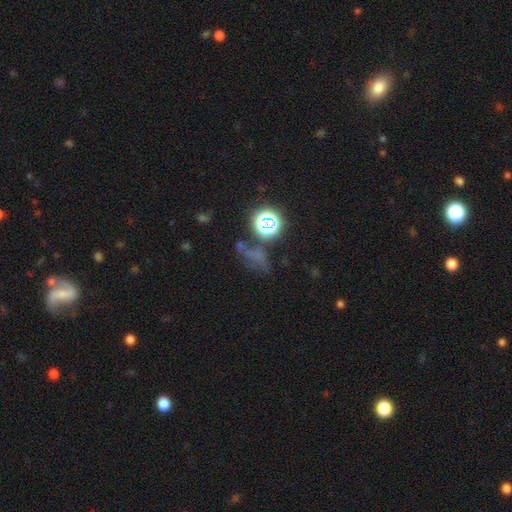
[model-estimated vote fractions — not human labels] Smooth or featured? star or artifact (43%)